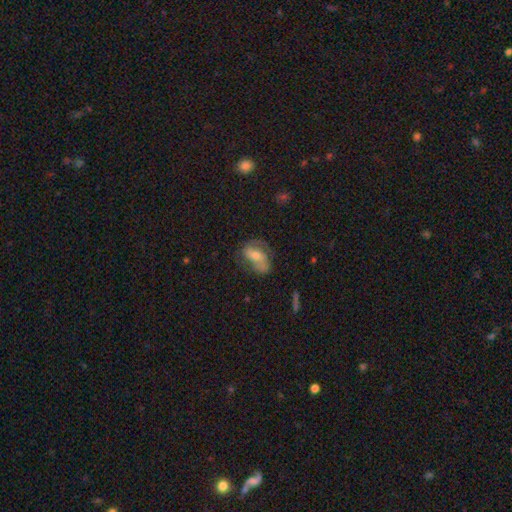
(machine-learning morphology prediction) Smooth or featured: featured or disk — 52% (smooth — 37%)
Edge-on disk: no — 93% (yes — 7%)
Merging: none — 55% (minor disturbance — 26%)